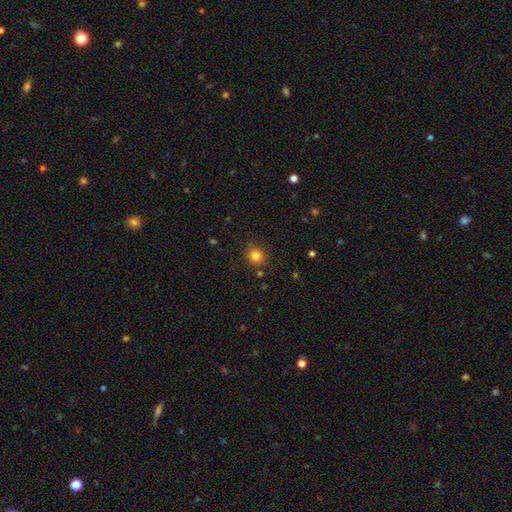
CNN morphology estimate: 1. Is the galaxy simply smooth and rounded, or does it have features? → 82% smooth, 13% star or artifact, 5% featured or disk.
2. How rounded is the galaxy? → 91% round, 8% in between, 1% cigar-shaped.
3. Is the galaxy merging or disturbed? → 86% none, 9% minor disturbance, 3% merger, 2% major disturbance.